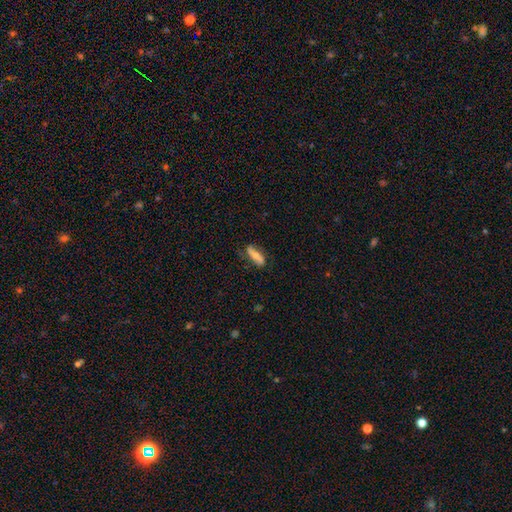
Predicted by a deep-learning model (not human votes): This appears to be a smooth galaxy with no disk features (49%). Merging: none (70%).